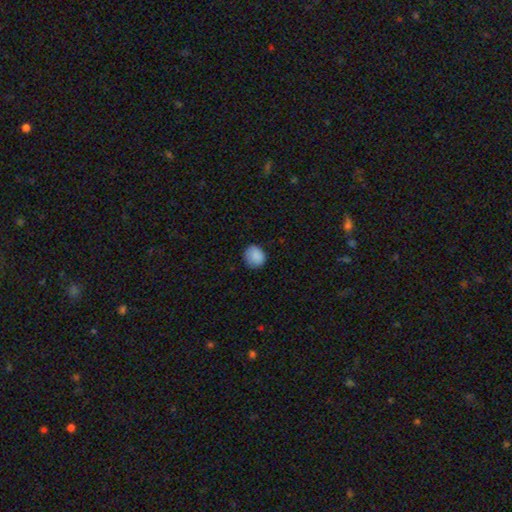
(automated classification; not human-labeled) Overall: smooth (88%). How rounded: round (78%). Merging: none (82%).